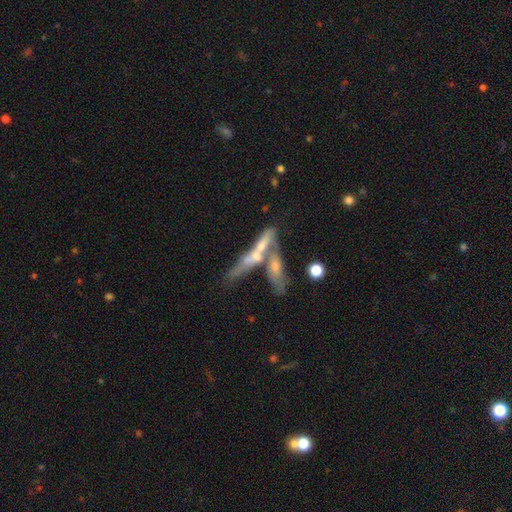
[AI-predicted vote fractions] A featured or disk galaxy (59%) viewed edge-on (74%).

Vote fractions:
- Smooth or featured? featured or disk: 59% / smooth: 31% / star or artifact: 10%
- Edge-on disk? yes: 74% / no: 26%
- Merging? merger: 44% / none: 38% / minor disturbance: 11% / major disturbance: 7%